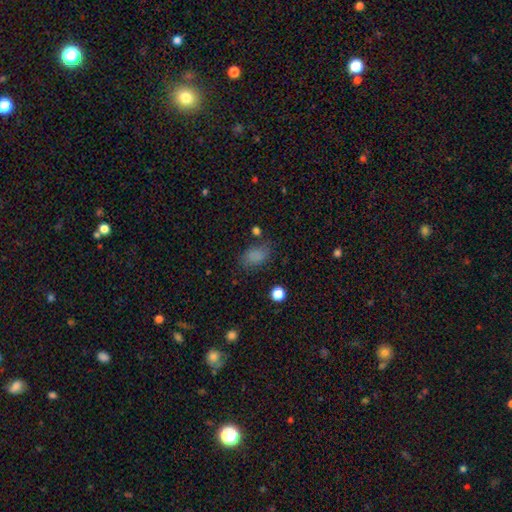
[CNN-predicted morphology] type=smooth (78%); roundness=in between (85%); merging=none (70%).